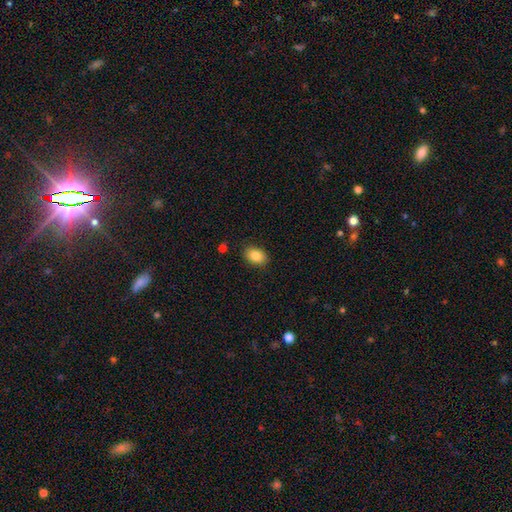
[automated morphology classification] Overall: smooth (85%). How rounded: in between (78%). Merging: none (88%).